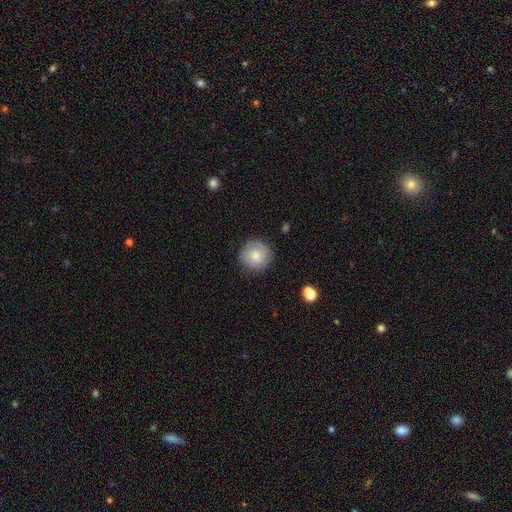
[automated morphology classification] The model was most divided on "smooth or featured": smooth: 70%, featured or disk: 23%, star or artifact: 8%. More confident: how rounded — round (92%); merging — none (80%).